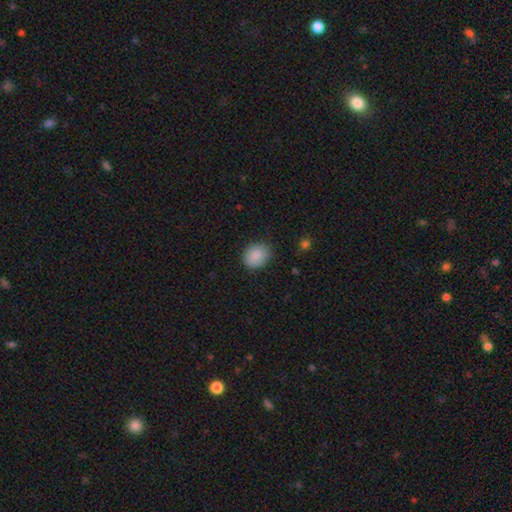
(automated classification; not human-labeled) Smooth or featured?
  - smooth: 89% *
  - star or artifact: 7%
  - featured or disk: 4%
How rounded?
  - round: 55% *
  - in between: 44%
  - cigar-shaped: 1%
Merging?
  - none: 82% *
  - minor disturbance: 14%
  - major disturbance: 3%
  - merger: 1%